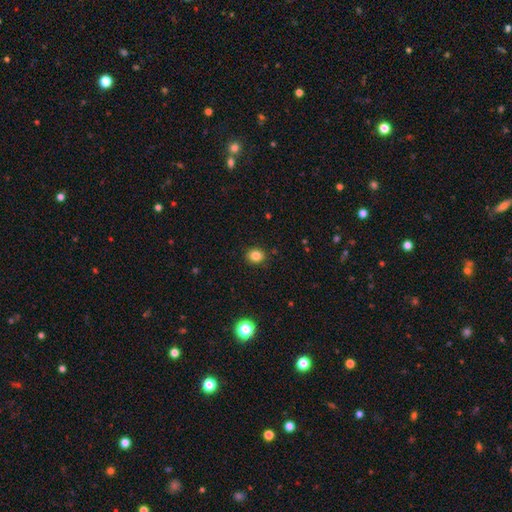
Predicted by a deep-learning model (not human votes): Smooth or featured? smooth (84%)
How rounded? round (73%)
Merging? none (90%)